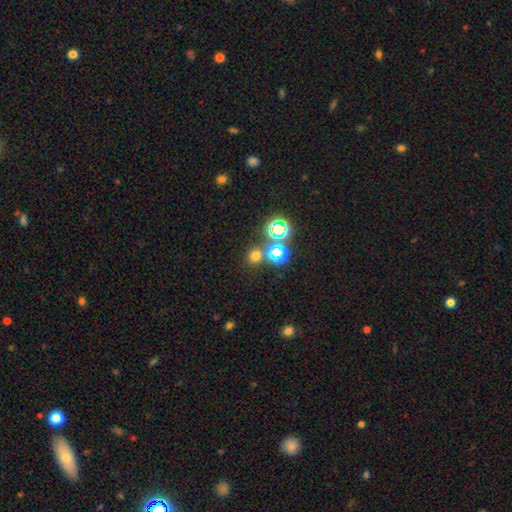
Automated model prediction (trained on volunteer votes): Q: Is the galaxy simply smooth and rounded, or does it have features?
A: smooth — 61%.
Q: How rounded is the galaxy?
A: round — 86%.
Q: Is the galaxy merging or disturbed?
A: none — 76%.